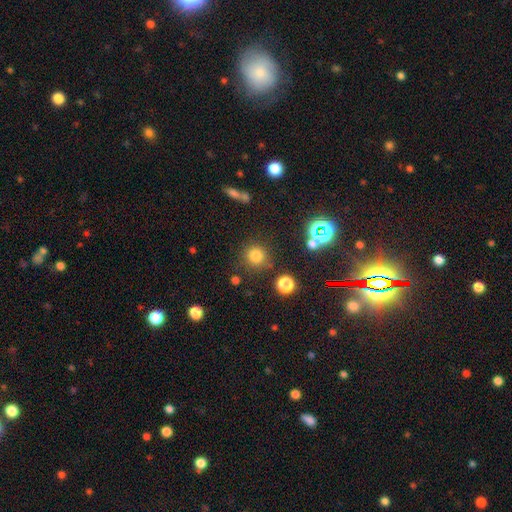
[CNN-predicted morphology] A smooth galaxy with no disk features (76%) that is round (93%). Merging: none (82%).